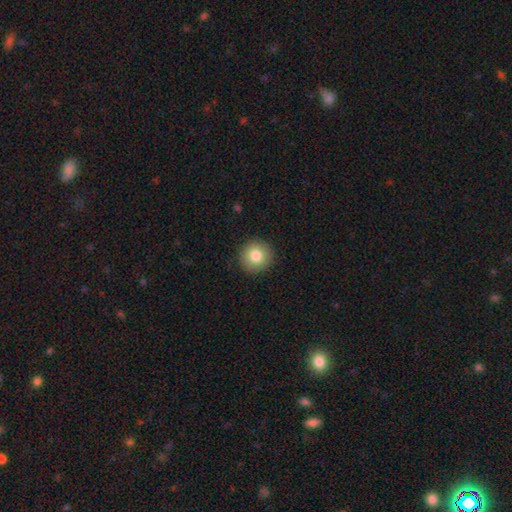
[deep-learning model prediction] smooth-or-featured: smooth: 82% | featured or disk: 9% | star or artifact: 9%
  how-rounded: round: 94% | in between: 5% | cigar-shaped: 1%
  merging: none: 91% | minor disturbance: 6% | major disturbance: 2% | merger: 1%